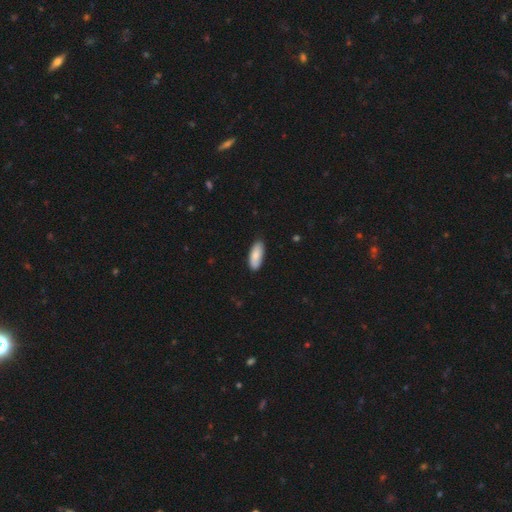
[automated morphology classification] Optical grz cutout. It shows a smooth galaxy with no disk features (84%) that is in between round and cigar-shaped (80%). Merging: none (84%).